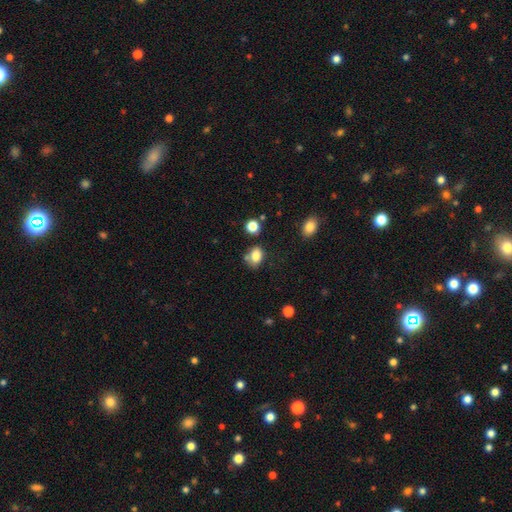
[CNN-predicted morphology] This is clearly a smooth galaxy (82%). How rounded: likely in between (68%). Merging: possibly none (56%).